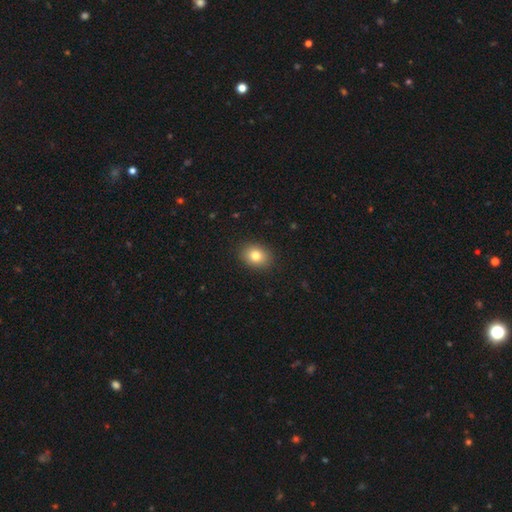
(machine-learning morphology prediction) Smooth or featured: smooth — 80% (star or artifact — 10%)
How rounded: in between — 55% (round — 45%)
Merging: none — 90% (minor disturbance — 7%)